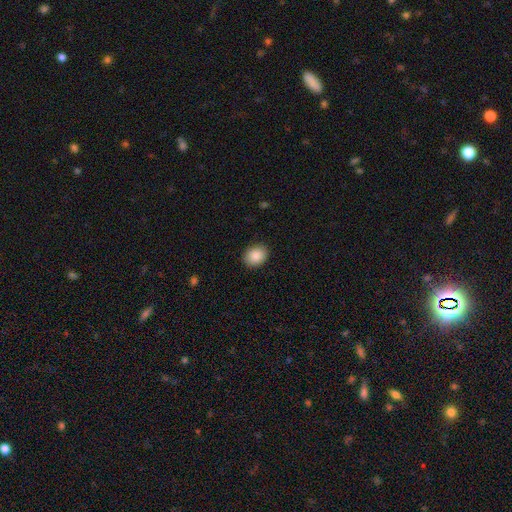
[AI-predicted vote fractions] smooth-or-featured: smooth: 89% | star or artifact: 8% | featured or disk: 4%
  how-rounded: in between: 54% | round: 45% | cigar-shaped: 1%
  merging: none: 88% | minor disturbance: 9% | major disturbance: 2% | merger: 1%